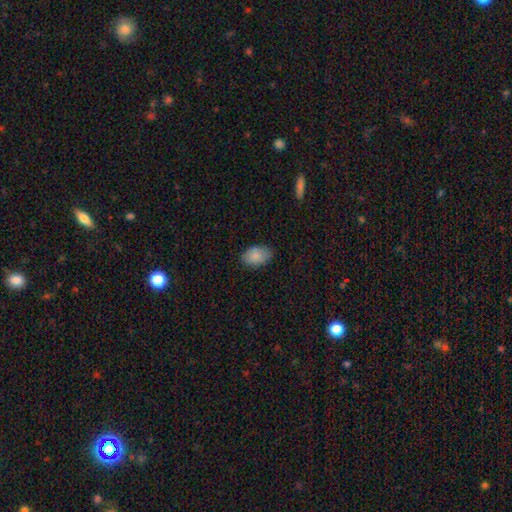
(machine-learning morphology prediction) A smooth galaxy with no disk features (86%) that is in between round and cigar-shaped (88%). Merging: none (81%).